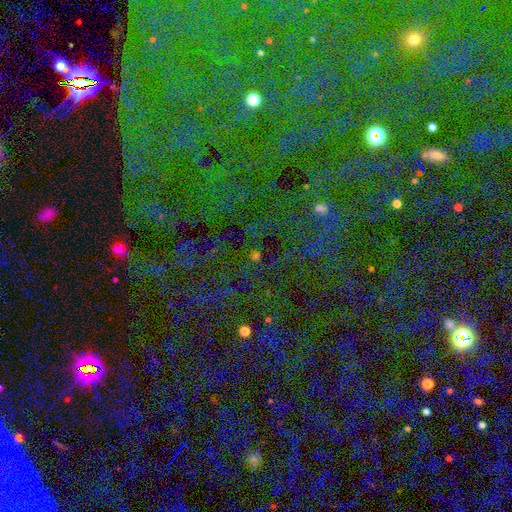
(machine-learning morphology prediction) star or artifact 68%, smooth 23%, featured or disk 9%.